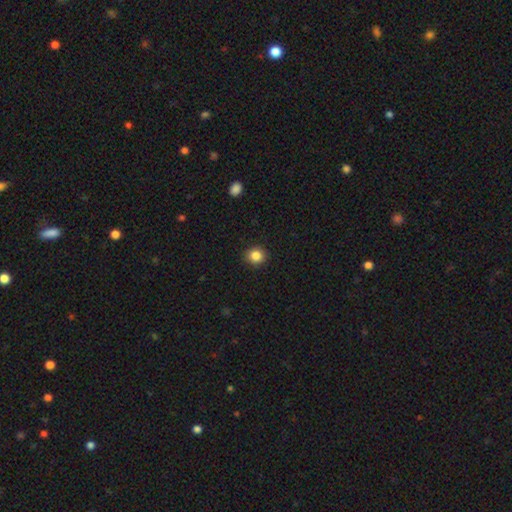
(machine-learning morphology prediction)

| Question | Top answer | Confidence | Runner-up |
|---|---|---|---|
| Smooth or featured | smooth | 85% | star or artifact (10%) |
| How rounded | round | 85% | in between (14%) |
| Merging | none | 90% | minor disturbance (7%) |